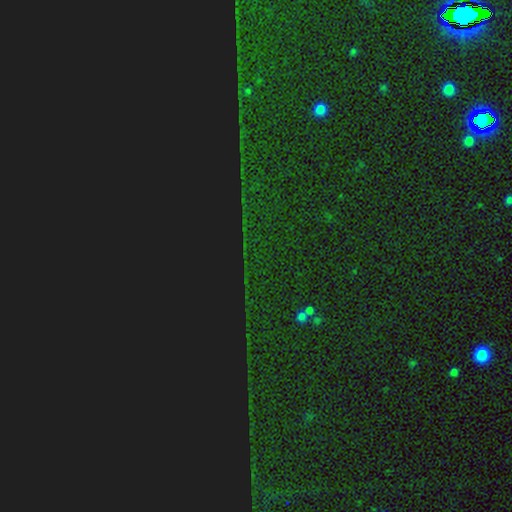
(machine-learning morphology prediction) Smooth or featured?
  - star or artifact: 85% *
  - smooth: 8%
  - featured or disk: 7%